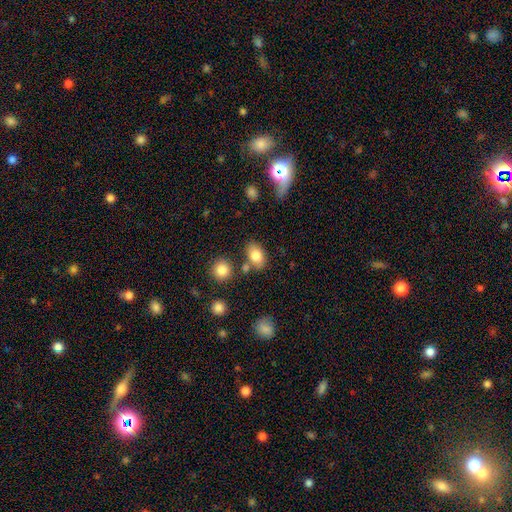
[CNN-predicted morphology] Q: Smooth or featured?
A: smooth (81%); runner-up: featured or disk (11%)
Q: How rounded?
A: in between (85%); runner-up: round (13%)
Q: Merging?
A: none (74%); runner-up: minor disturbance (12%)